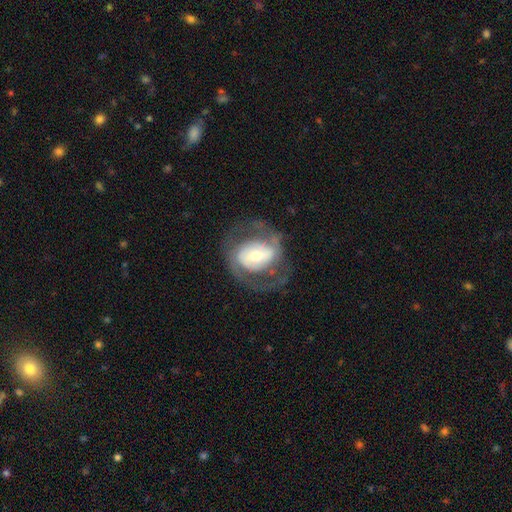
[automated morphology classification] smooth_or_featured: featured or disk (p=0.75) [alt: smooth p=0.19]
disk_edge_on: no (p=0.96) [alt: yes p=0.04]
bar: weak (p=0.35) [alt: strong p=0.33]
has_spiral_arms: yes (p=0.75) [alt: no p=0.25]
spiral_winding: medium (p=0.48) [alt: tight p=0.31]
spiral_arm_count: 2 (p=0.82) [alt: can't tell p=0.10]
bulge_size: moderate (p=0.52) [alt: small p=0.32]
merging: none (p=0.66) [alt: major disturbance p=0.17]